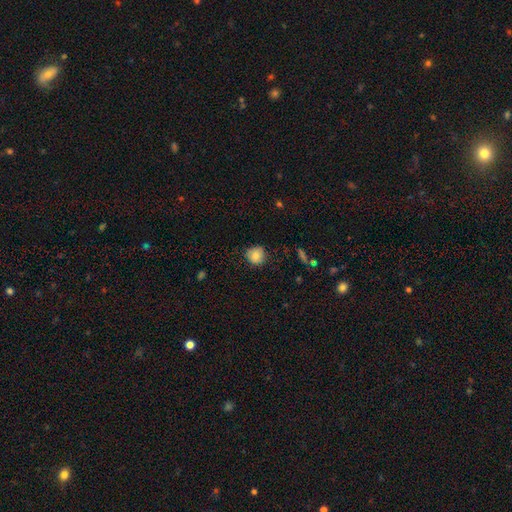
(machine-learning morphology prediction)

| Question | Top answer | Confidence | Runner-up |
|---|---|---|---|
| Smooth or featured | smooth | 79% | featured or disk (11%) |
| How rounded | round | 92% | in between (7%) |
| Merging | none | 81% | minor disturbance (15%) |